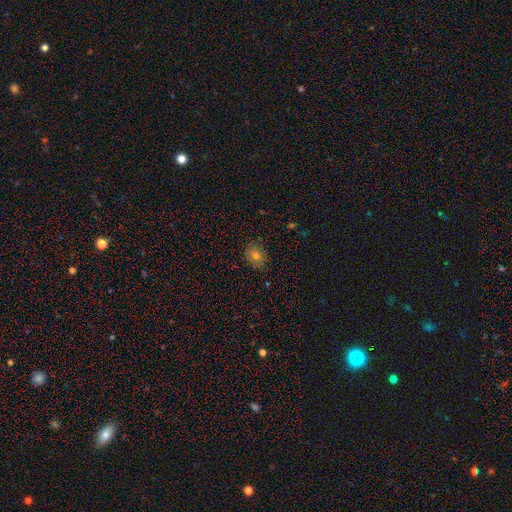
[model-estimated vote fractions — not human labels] Smooth or featured? Predicted: smooth (p=0.72). How rounded? Predicted: round (p=0.55). Merging? Predicted: none (p=0.83).